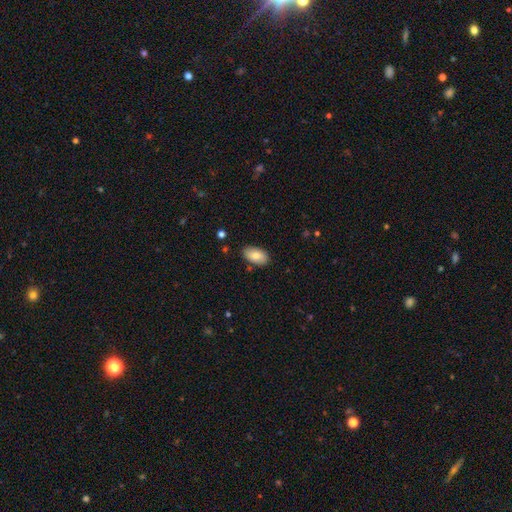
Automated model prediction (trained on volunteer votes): Morphology: type=smooth (81%); roundness=in between (95%); merging=none (85%).